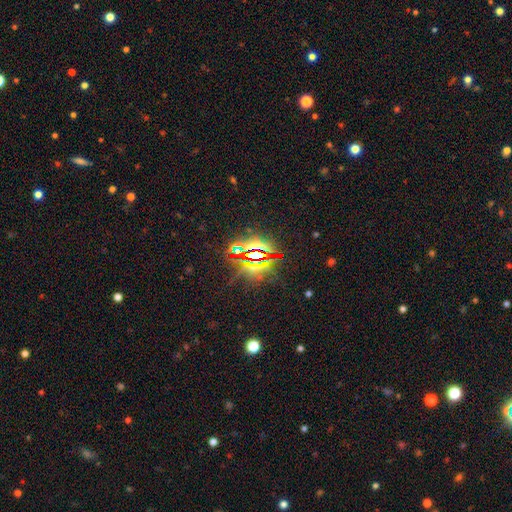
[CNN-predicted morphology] type=star or artifact (80%).